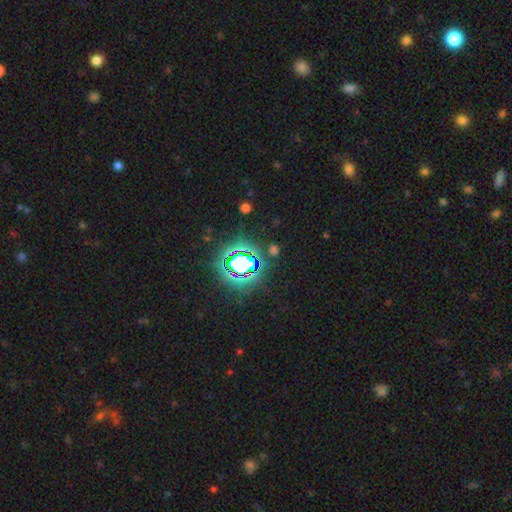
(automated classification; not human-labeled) Morphology: type=star or artifact (79%).